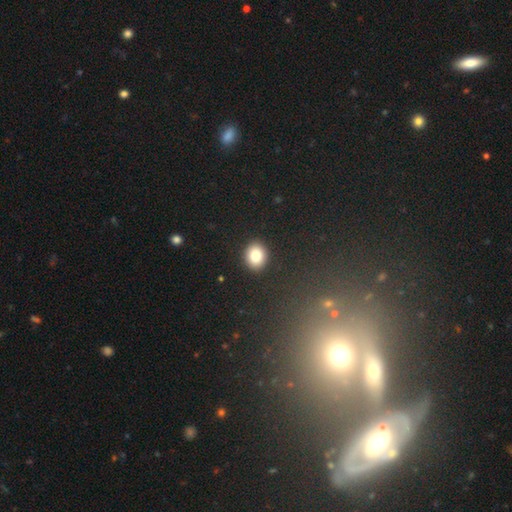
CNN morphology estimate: Smooth or featured?
  - smooth: 83% *
  - star or artifact: 10%
  - featured or disk: 7%
How rounded?
  - round: 66% *
  - in between: 33%
  - cigar-shaped: 1%
Merging?
  - none: 91% *
  - minor disturbance: 6%
  - major disturbance: 2%
  - merger: 1%